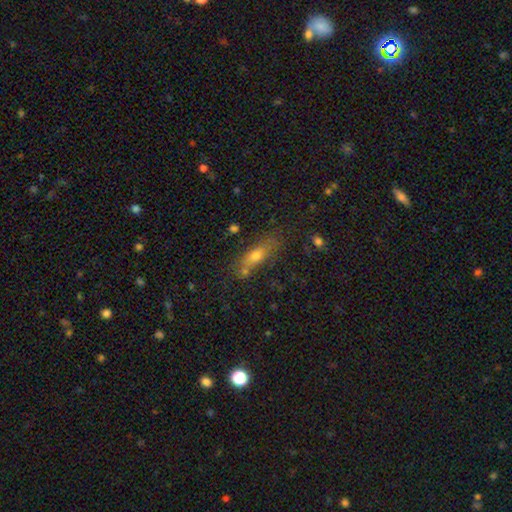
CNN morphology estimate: A smooth galaxy with no disk features (63%) that is in between round and cigar-shaped (52%).

Vote fractions:
- Smooth or featured? smooth: 63% / featured or disk: 25% / star or artifact: 12%
- How rounded? in between: 52% / cigar-shaped: 41% / round: 6%
- Merging? none: 65% / minor disturbance: 18% / merger: 10% / major disturbance: 6%